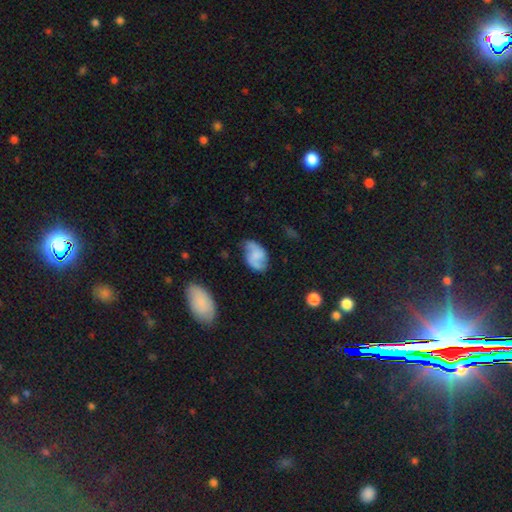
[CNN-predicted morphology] This appears to be a featured or disk galaxy (63%) with no bar (52%), 2 (87%) medium (44%) spiral arms (91%) and no central bulge (46%). Merging: none (64%).